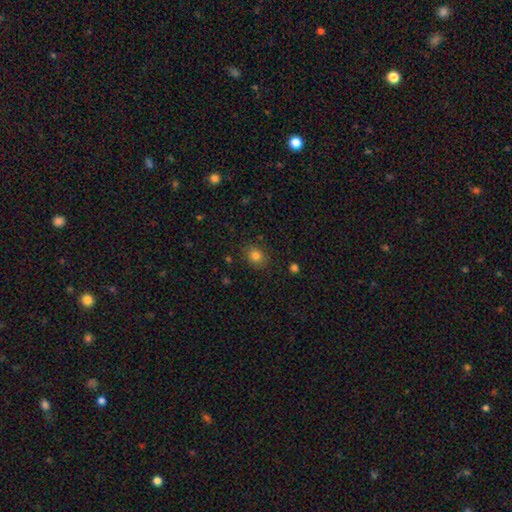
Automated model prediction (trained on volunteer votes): smooth 81%, star or artifact 12%, featured or disk 7%. Down the decision tree: how rounded — round (63%); merging — none (85%).